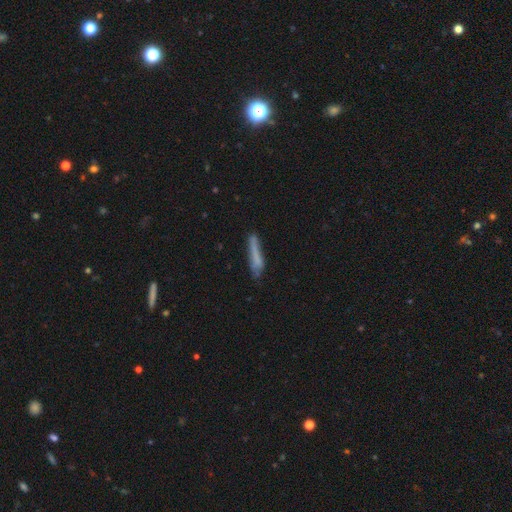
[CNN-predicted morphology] This is likely a smooth galaxy (66%). How rounded: clearly cigar-shaped (90%). Merging: likely none (60%).